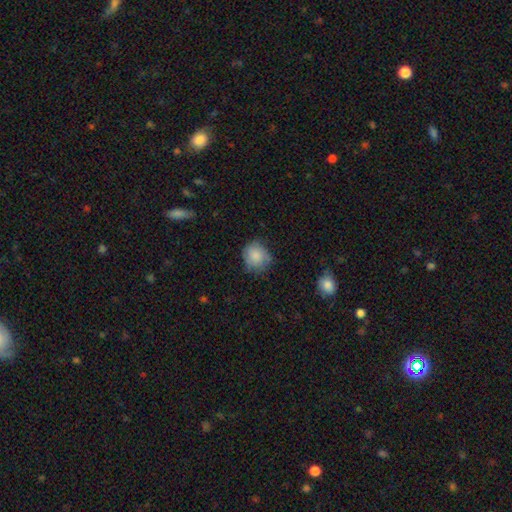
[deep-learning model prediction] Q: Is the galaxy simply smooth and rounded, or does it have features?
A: smooth — 83%.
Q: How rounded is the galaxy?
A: round — 81%.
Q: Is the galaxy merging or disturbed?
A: none — 66%.